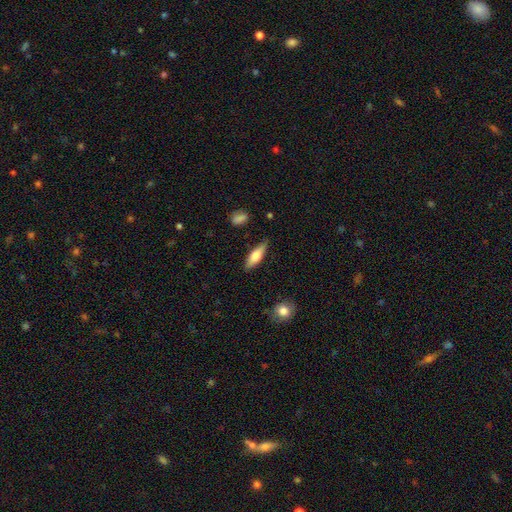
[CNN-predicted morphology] A smooth galaxy with no disk features (70%) that is in between round and cigar-shaped (52%). Merging: none (82%).